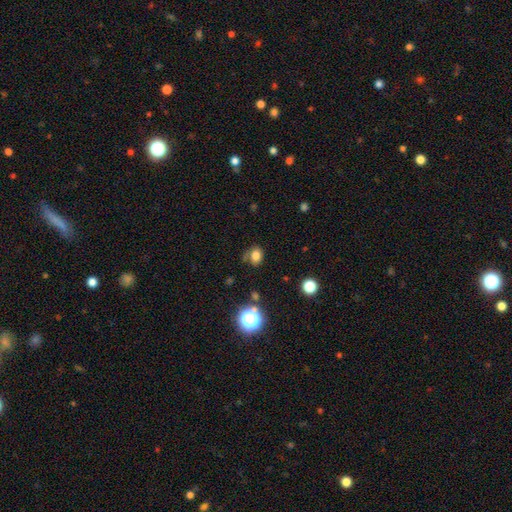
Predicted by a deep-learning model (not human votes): Q: Smooth or featured?
A: smooth (76%); runner-up: star or artifact (16%)
Q: How rounded?
A: in between (52%); runner-up: round (47%)
Q: Merging?
A: none (69%); runner-up: minor disturbance (19%)